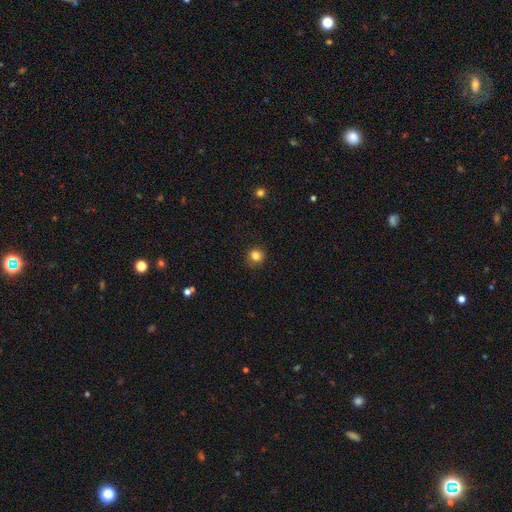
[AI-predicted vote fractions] Q: Smooth or featured?
A: smooth (83%); runner-up: star or artifact (12%)
Q: How rounded?
A: round (92%); runner-up: in between (7%)
Q: Merging?
A: none (88%); runner-up: minor disturbance (9%)